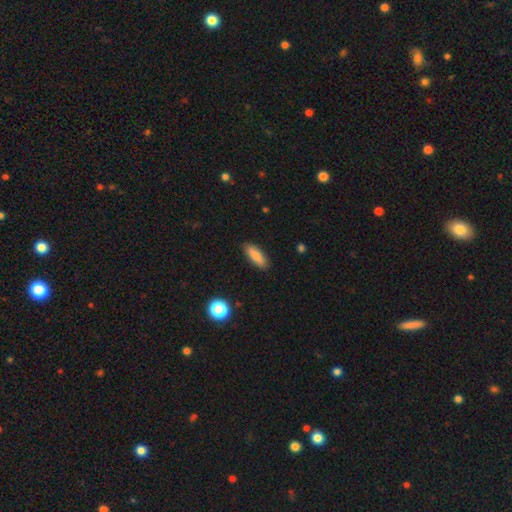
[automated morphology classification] Smooth or featured?
  - smooth: 82% *
  - featured or disk: 11%
  - star or artifact: 7%
How rounded?
  - in between: 64% *
  - cigar-shaped: 33%
  - round: 2%
Merging?
  - none: 88% *
  - minor disturbance: 9%
  - major disturbance: 2%
  - merger: 1%